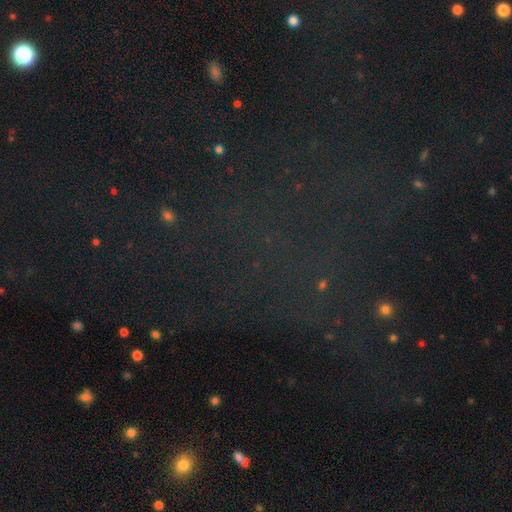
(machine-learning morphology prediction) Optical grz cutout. It shows a star or artifact, not a galaxy (68%).